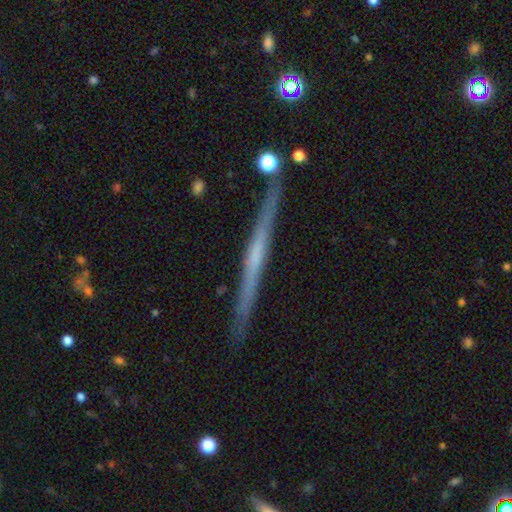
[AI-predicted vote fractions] Morphology: type=featured or disk (72%); edge-on=yes (98%); edge-on bulge=none (63%); merging=none (90%).